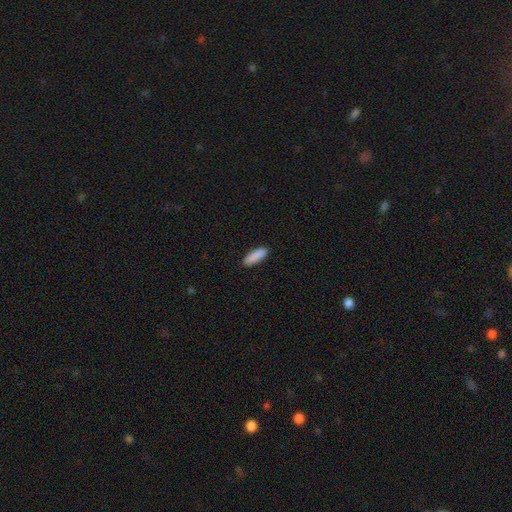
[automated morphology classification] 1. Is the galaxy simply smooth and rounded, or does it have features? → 90% smooth, 6% star or artifact, 4% featured or disk.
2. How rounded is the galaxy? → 51% cigar-shaped, 47% in between, 2% round.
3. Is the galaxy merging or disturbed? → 90% none, 7% minor disturbance, 2% major disturbance, 1% merger.